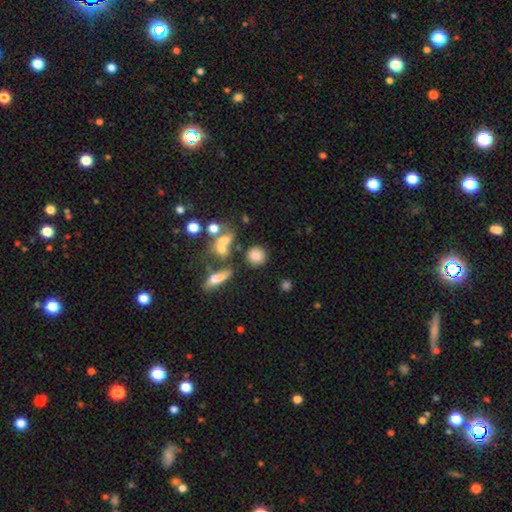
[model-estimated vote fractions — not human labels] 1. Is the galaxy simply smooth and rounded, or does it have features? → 78% smooth, 12% star or artifact, 10% featured or disk.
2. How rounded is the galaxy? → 83% round, 14% in between, 3% cigar-shaped.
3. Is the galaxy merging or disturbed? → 70% none, 13% merger, 12% minor disturbance, 6% major disturbance.